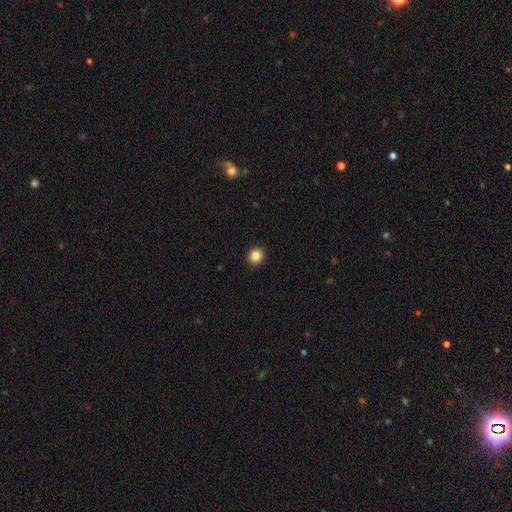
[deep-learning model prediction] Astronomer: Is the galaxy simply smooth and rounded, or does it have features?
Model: smooth — 86%.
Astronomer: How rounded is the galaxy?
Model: round — 82%.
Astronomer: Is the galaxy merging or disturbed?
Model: none — 92%.